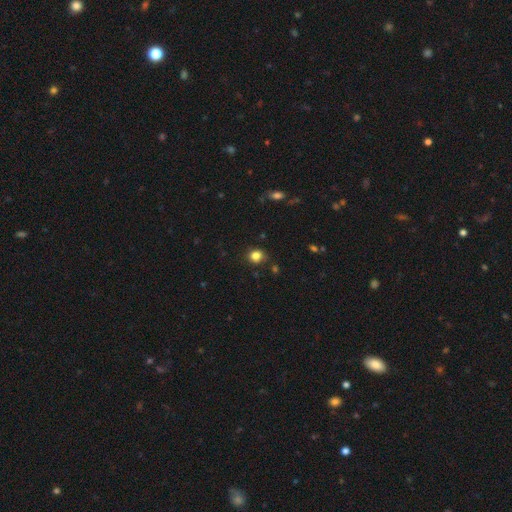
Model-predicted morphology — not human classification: type=smooth (82%); roundness=round (76%); merging=none (79%).